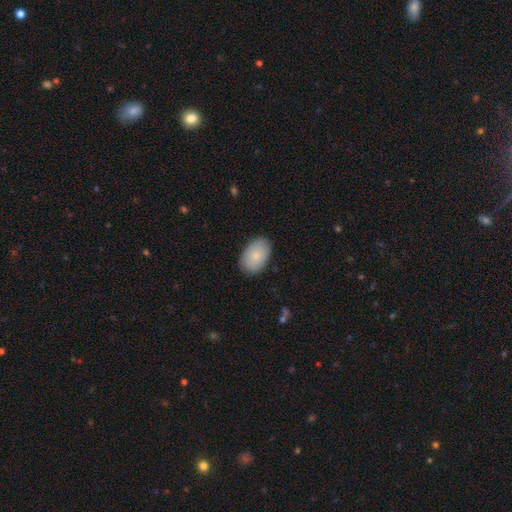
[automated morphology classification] type=smooth (80%); roundness=in between (89%); merging=none (85%).